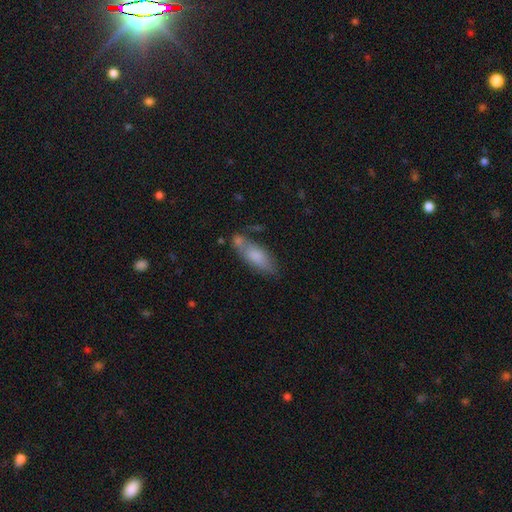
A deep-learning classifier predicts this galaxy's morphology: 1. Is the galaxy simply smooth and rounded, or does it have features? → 75% smooth, 18% featured or disk, 7% star or artifact.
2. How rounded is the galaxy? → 66% in between, 31% cigar-shaped, 2% round.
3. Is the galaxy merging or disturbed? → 54% none, 22% minor disturbance, 17% merger, 7% major disturbance.